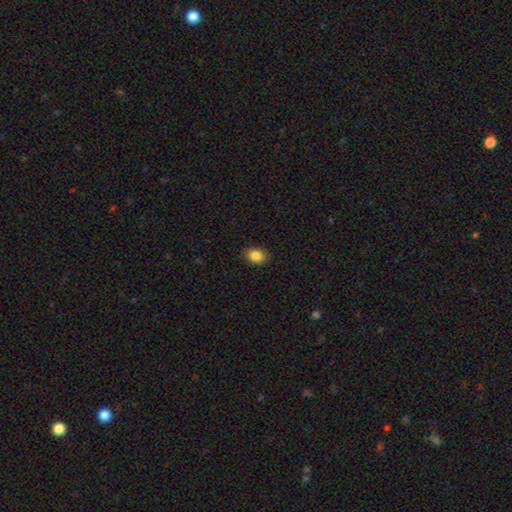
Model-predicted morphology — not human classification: A smooth galaxy with no disk features (86%) that is in between round and cigar-shaped (72%). Merging: none (88%).